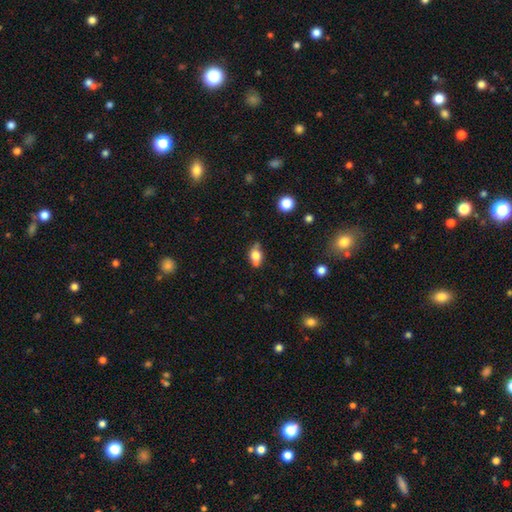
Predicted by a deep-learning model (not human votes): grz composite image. It shows a smooth galaxy with no disk features (70%) that is in between round and cigar-shaped (80%). Merging: none (65%).